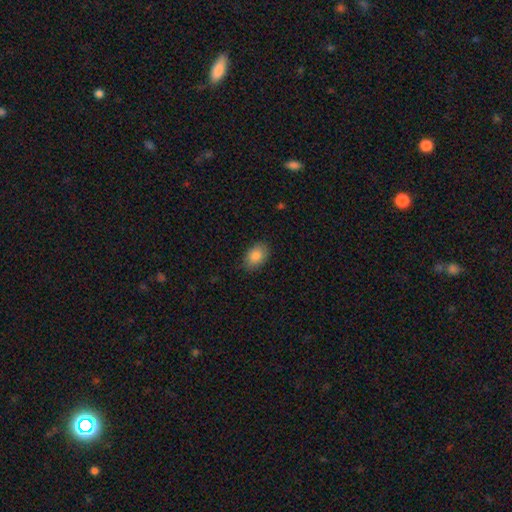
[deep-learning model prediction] smooth_or_featured: smooth (p=0.86) [alt: featured or disk p=0.07]
how_rounded: in between (p=0.85) [alt: round p=0.14]
merging: none (p=0.83) [alt: minor disturbance p=0.13]